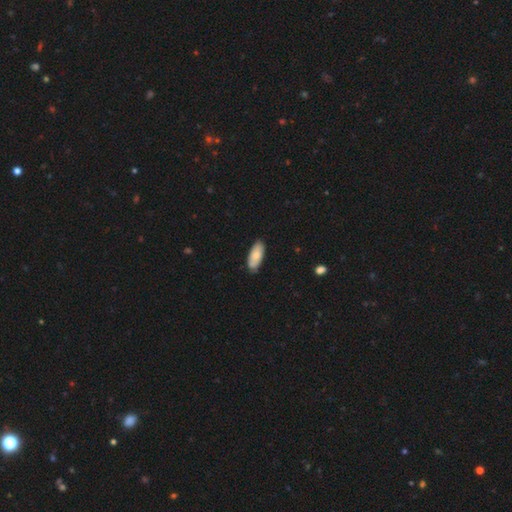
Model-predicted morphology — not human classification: This is likely a smooth galaxy (78%). How rounded: clearly in between (85%). Merging: clearly none (80%).